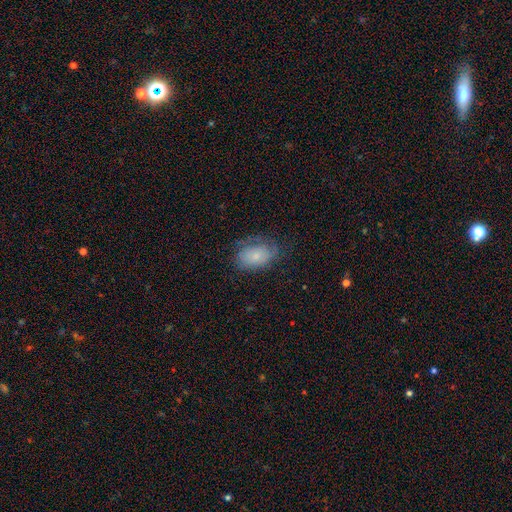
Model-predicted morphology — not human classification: smooth-or-featured: smooth: 67% | featured or disk: 24% | star or artifact: 9%
  how-rounded: in between: 87% | round: 12% | cigar-shaped: 1%
  merging: none: 60% | minor disturbance: 26% | major disturbance: 13% | merger: 1%